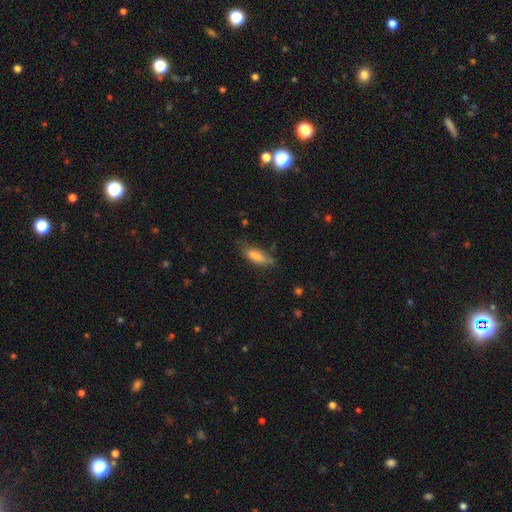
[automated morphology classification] Overall: smooth (76%). How rounded: in between (52%; cigar-shaped 46%). Merging: none (58%; minor disturbance 30%).